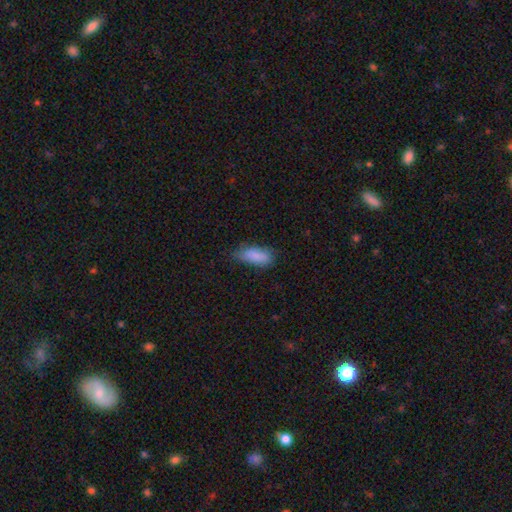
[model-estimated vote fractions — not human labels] Smooth or featured? smooth (85%)
How rounded? in between (80%)
Merging? none (64%)